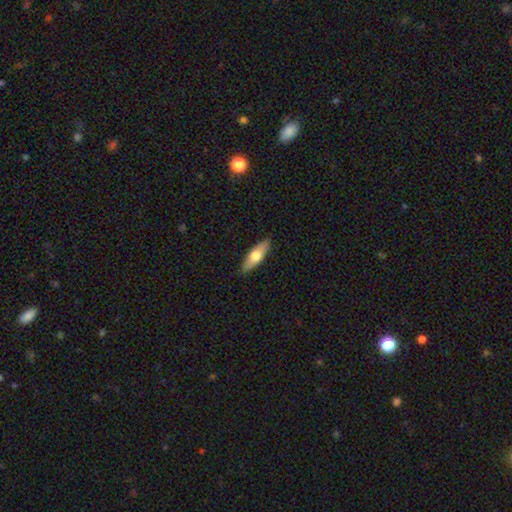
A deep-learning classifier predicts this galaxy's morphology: The model was most divided on "how rounded": in between: 51%, cigar-shaped: 46%, round: 3%. More confident: merging — none (89%); smooth or featured — smooth (58%).